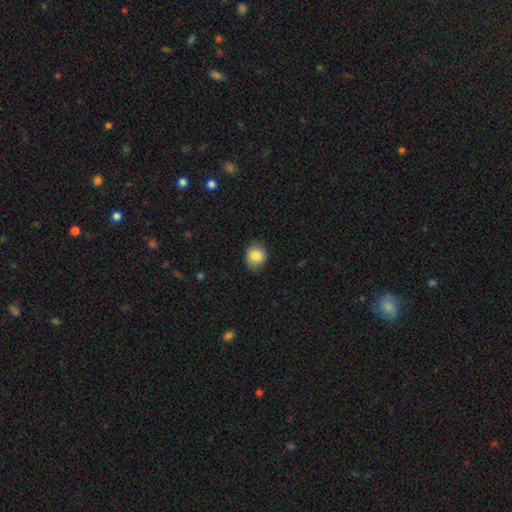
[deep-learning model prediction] smooth-or-featured: smooth: 84% | star or artifact: 9% | featured or disk: 7%
  how-rounded: round: 72% | in between: 27% | cigar-shaped: 1%
  merging: none: 84% | minor disturbance: 13% | major disturbance: 2% | merger: 1%